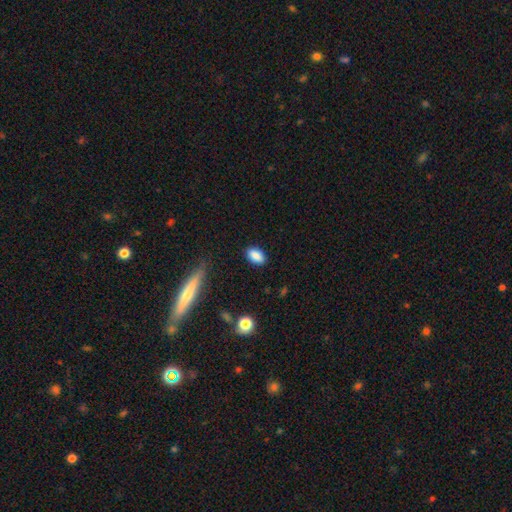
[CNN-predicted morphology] smooth-or-featured: smooth: 87% | star or artifact: 8% | featured or disk: 5%
  how-rounded: in between: 90% | round: 7% | cigar-shaped: 3%
  merging: none: 86% | minor disturbance: 11% | major disturbance: 2% | merger: 1%